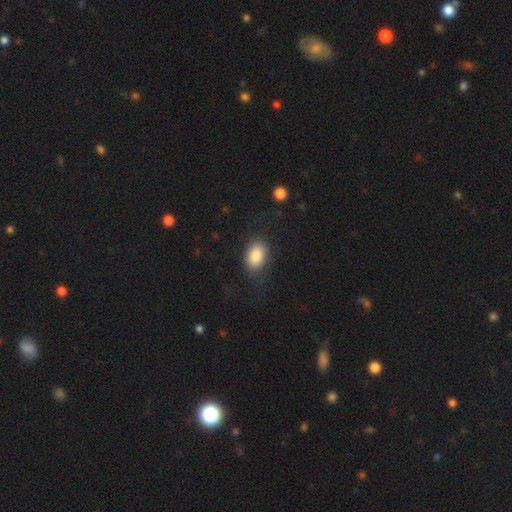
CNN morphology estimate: Overall: smooth (86%). How rounded: in between (87%). Merging: none (78%).